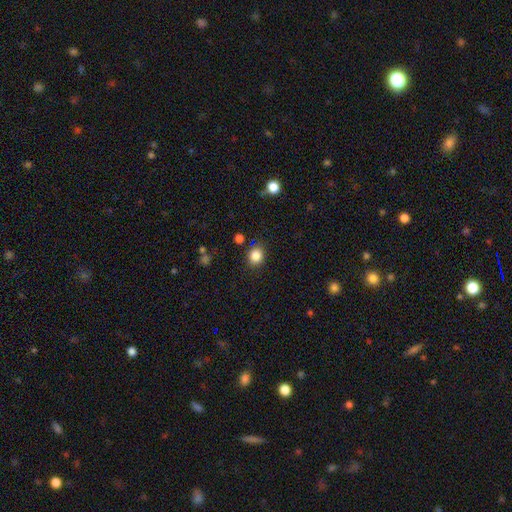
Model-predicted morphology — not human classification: Smooth or featured?
  - smooth: 84% *
  - star or artifact: 11%
  - featured or disk: 4%
How rounded?
  - round: 78% *
  - in between: 21%
  - cigar-shaped: 1%
Merging?
  - none: 86% *
  - minor disturbance: 9%
  - major disturbance: 3%
  - merger: 2%